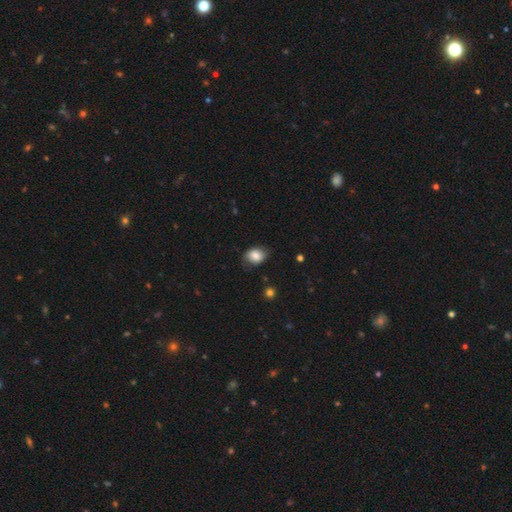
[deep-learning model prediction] A smooth galaxy with no disk features (81%) that is in between round and cigar-shaped (63%). Merging: none (73%).